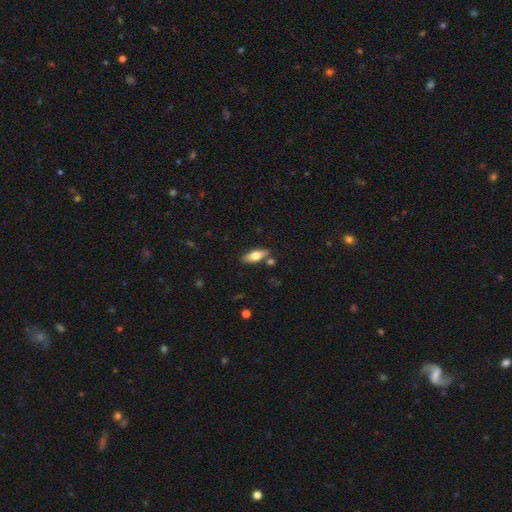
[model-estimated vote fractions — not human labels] smooth-or-featured: smooth: 63% | featured or disk: 31% | star or artifact: 6%
  how-rounded: in between: 70% | cigar-shaped: 27% | round: 3%
  merging: none: 80% | minor disturbance: 11% | merger: 6% | major disturbance: 3%